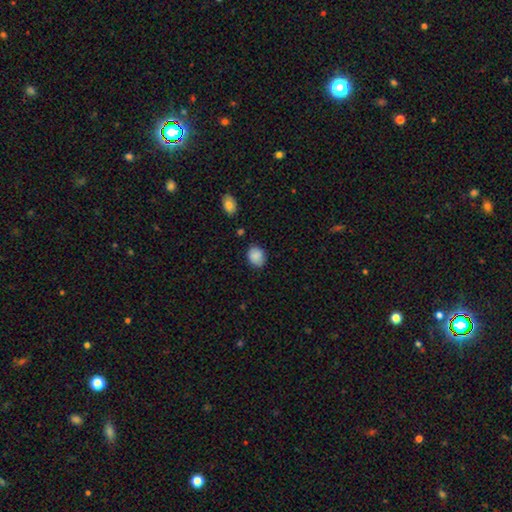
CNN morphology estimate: The model was most divided on "how rounded": round: 53%, in between: 46%, cigar-shaped: 1%. More confident: smooth or featured — smooth (87%); merging — none (78%).